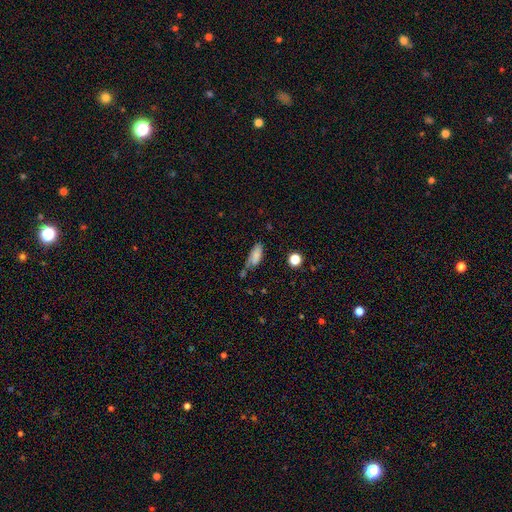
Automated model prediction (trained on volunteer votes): This appears to be a smooth galaxy with no disk features (79%) that is in between round and cigar-shaped (74%). Merging: none (46%).